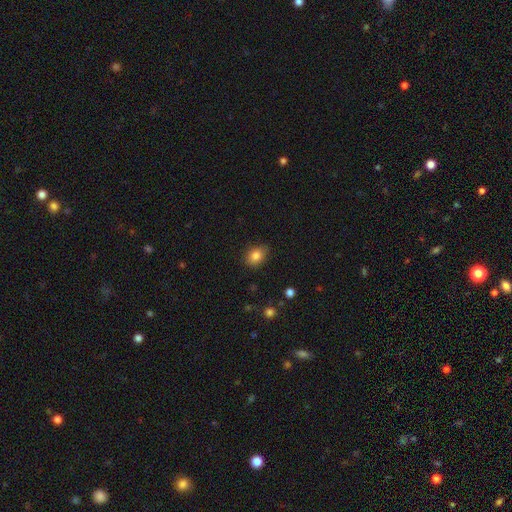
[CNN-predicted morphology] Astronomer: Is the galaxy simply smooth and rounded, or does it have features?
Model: smooth — 84%.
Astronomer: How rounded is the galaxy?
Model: in between — 57% (runner-up: round, 42%).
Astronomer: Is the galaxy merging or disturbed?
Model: none — 81%.